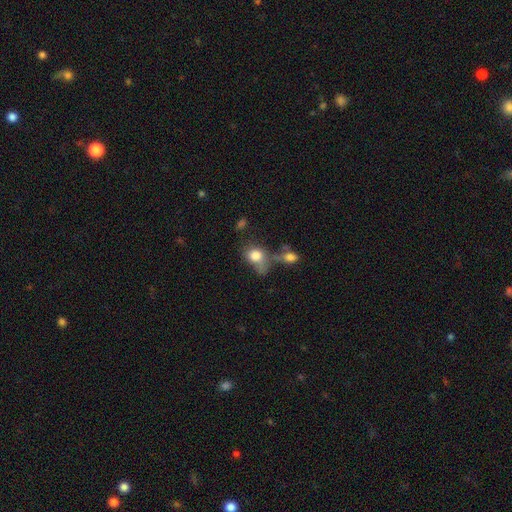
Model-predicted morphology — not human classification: This appears to be a smooth galaxy with no disk features (76%) that is in between round and cigar-shaped (57%). Merging: merger (33%).